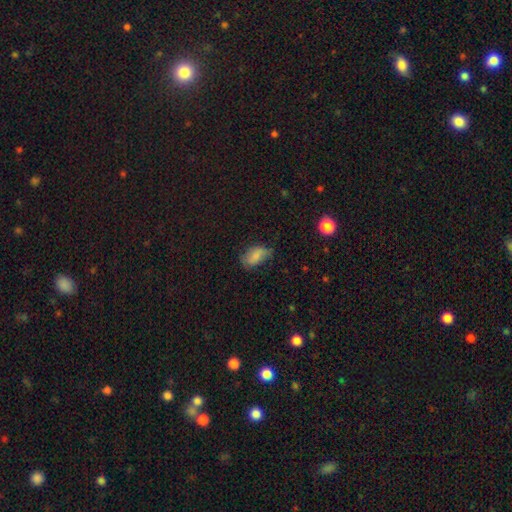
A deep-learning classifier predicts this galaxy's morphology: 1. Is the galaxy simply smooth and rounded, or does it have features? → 78% smooth, 13% featured or disk, 10% star or artifact.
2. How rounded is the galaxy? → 91% in between, 6% round, 3% cigar-shaped.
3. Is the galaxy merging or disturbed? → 56% none, 33% minor disturbance, 10% major disturbance, 2% merger.